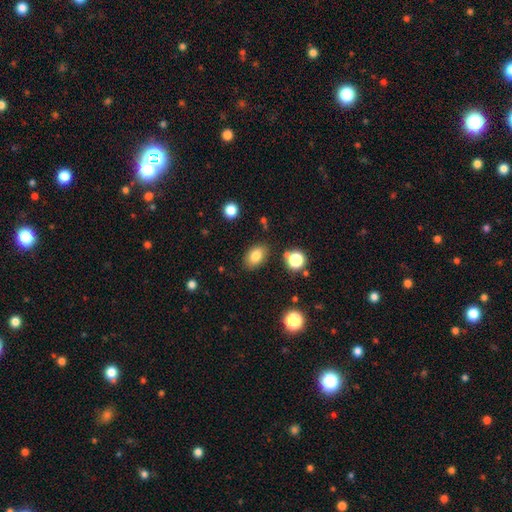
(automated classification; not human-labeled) Morphology: type=smooth (80%); roundness=in between (85%); merging=none (82%).